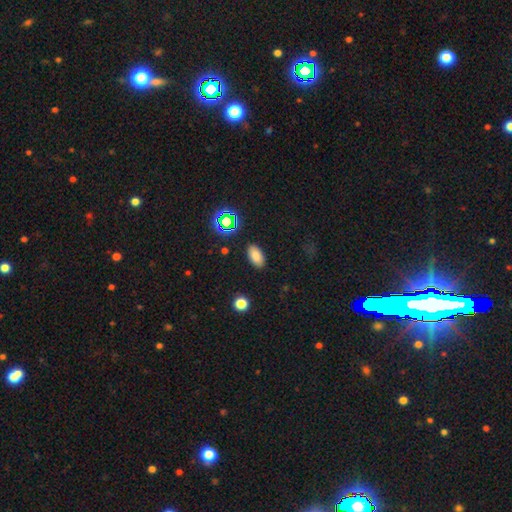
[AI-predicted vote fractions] A smooth galaxy with no disk features (80%) that is in between round and cigar-shaped (92%).

Vote fractions:
- Smooth or featured? smooth: 80% / star or artifact: 13% / featured or disk: 6%
- How rounded? in between: 92% / round: 5% / cigar-shaped: 3%
- Merging? none: 88% / minor disturbance: 8% / major disturbance: 3% / merger: 1%